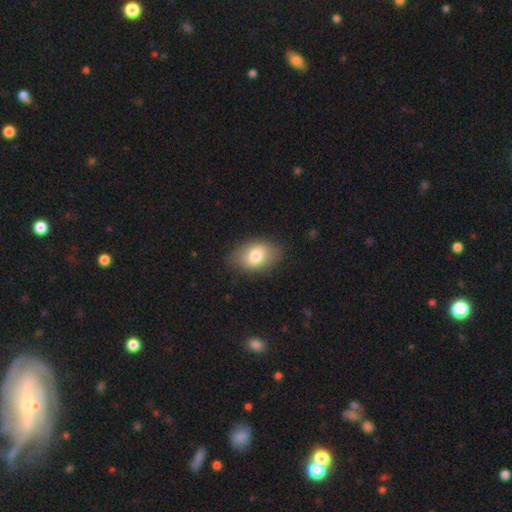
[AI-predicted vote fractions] A smooth galaxy with no disk features (78%) that is in between round and cigar-shaped (86%).

Vote fractions:
- Smooth or featured? smooth: 78% / featured or disk: 14% / star or artifact: 8%
- How rounded? in between: 86% / round: 13% / cigar-shaped: 1%
- Merging? none: 80% / minor disturbance: 16% / major disturbance: 4% / merger: 1%